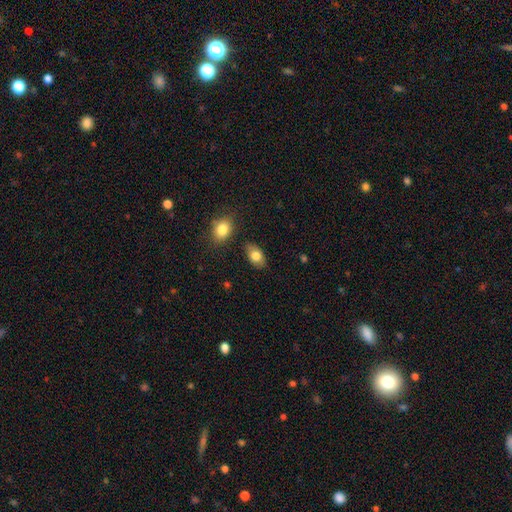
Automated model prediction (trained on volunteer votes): The model was most divided on "smooth or featured": smooth: 79%, featured or disk: 14%, star or artifact: 8%. More confident: how rounded — in between (89%); merging — none (83%).